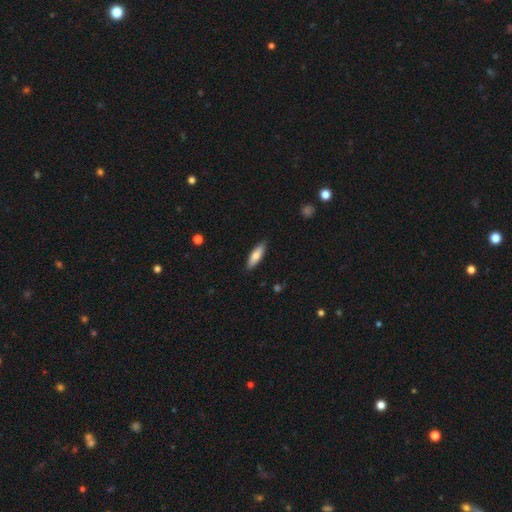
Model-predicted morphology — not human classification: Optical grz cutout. It shows a smooth galaxy with no disk features (78%) that is cigar-shaped (50%). Merging: none (87%).